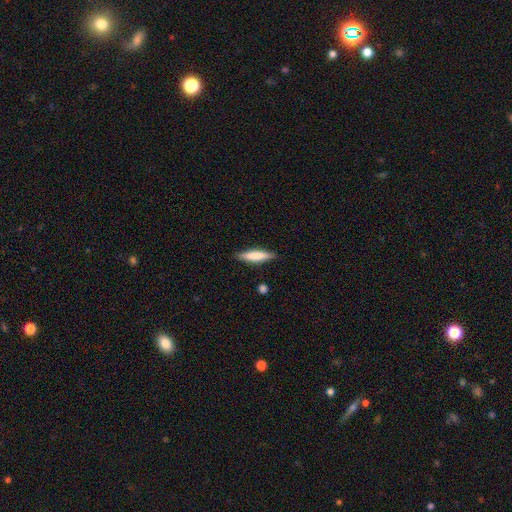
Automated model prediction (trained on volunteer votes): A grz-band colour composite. It shows a smooth galaxy with no disk features (71%) that is cigar-shaped (79%). Merging: none (87%).